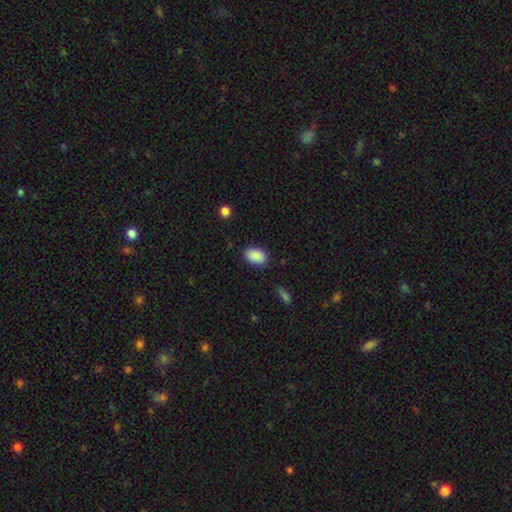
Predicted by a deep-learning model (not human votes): Smooth or featured: smooth — 89% (star or artifact — 7%)
How rounded: in between — 89% (round — 10%)
Merging: none — 85% (minor disturbance — 11%)